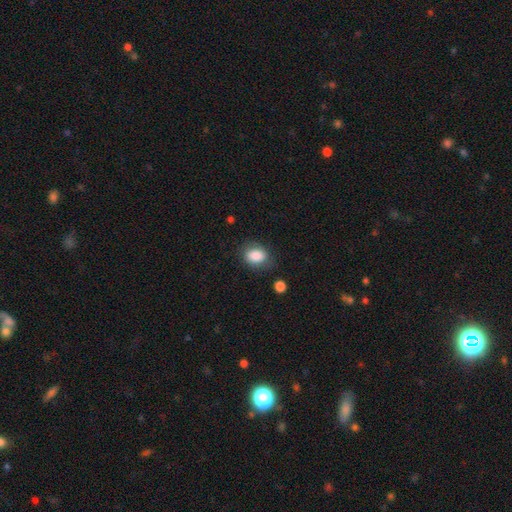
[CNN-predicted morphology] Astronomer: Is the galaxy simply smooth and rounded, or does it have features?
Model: smooth — 85%.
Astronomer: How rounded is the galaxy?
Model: in between — 66%.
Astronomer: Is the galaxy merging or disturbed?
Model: none — 74%.